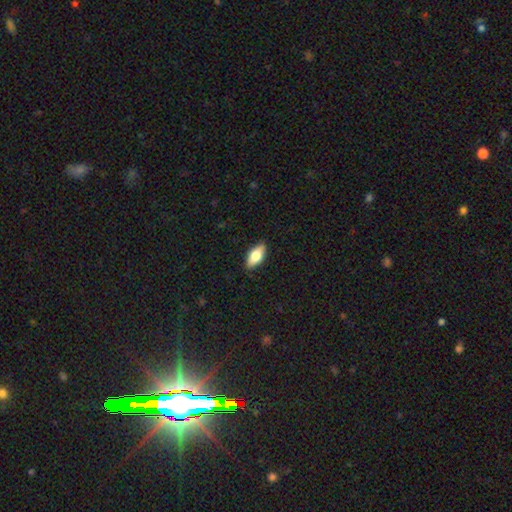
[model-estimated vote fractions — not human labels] Smooth or featured?
  - smooth: 71% *
  - featured or disk: 23%
  - star or artifact: 6%
How rounded?
  - in between: 85% *
  - cigar-shaped: 12%
  - round: 3%
Merging?
  - none: 89% *
  - minor disturbance: 9%
  - major disturbance: 2%
  - merger: 1%